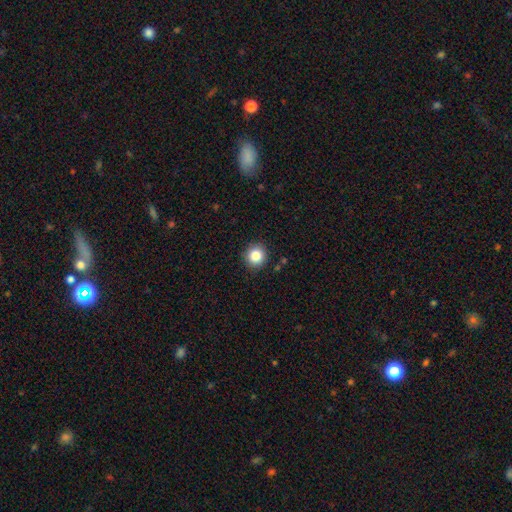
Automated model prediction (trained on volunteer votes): smooth 85%, star or artifact 10%, featured or disk 5%. Down the decision tree: how rounded — round (91%); merging — none (90%).